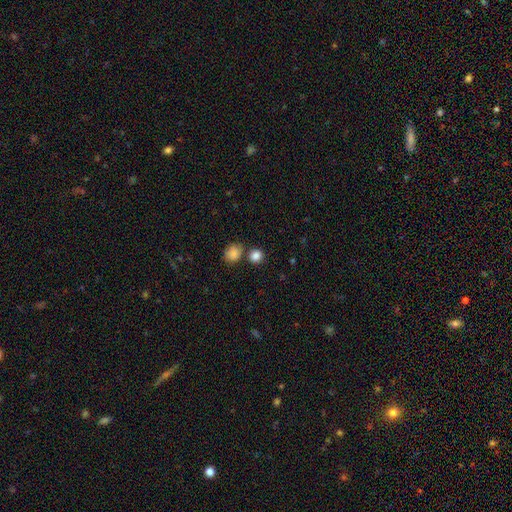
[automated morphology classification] Smooth or featured? Predicted: smooth (p=0.85). How rounded? Predicted: round (p=0.82). Merging? Predicted: none (p=0.71).